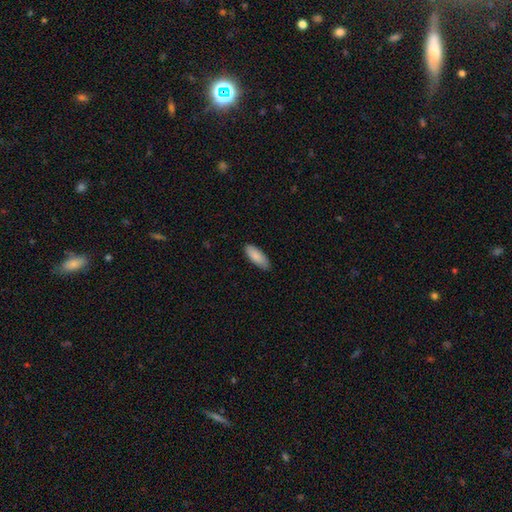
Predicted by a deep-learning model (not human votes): smooth-or-featured: smooth: 87% | featured or disk: 7% | star or artifact: 6%
  how-rounded: in between: 74% | cigar-shaped: 25% | round: 2%
  merging: none: 82% | minor disturbance: 14% | major disturbance: 2% | merger: 1%